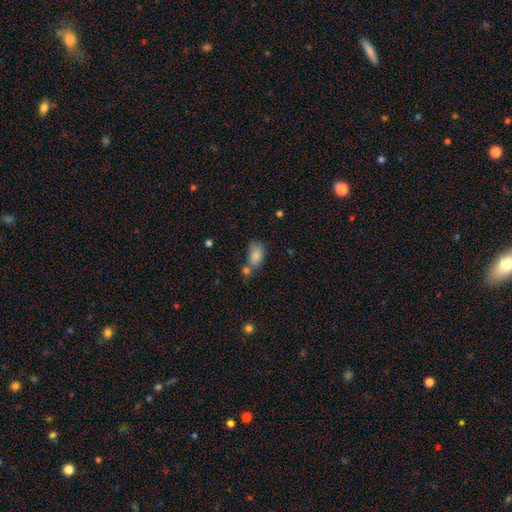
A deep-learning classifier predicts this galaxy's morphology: Overall: smooth (81%). How rounded: in between (86%). Merging: merger (38%; none 37%).